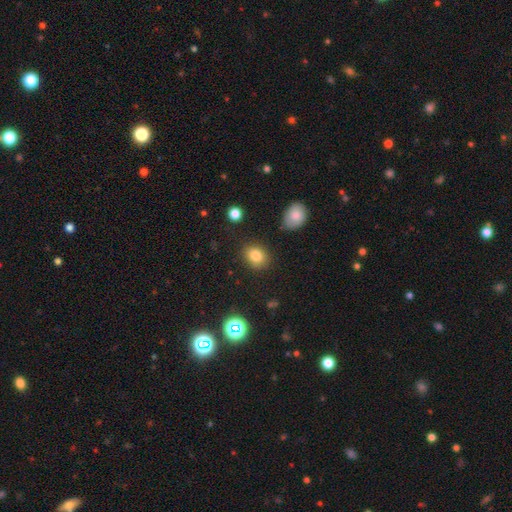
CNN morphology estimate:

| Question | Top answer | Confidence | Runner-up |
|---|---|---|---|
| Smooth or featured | smooth | 81% | star or artifact (11%) |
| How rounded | in between | 51% | round (48%) |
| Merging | none | 83% | minor disturbance (11%) |